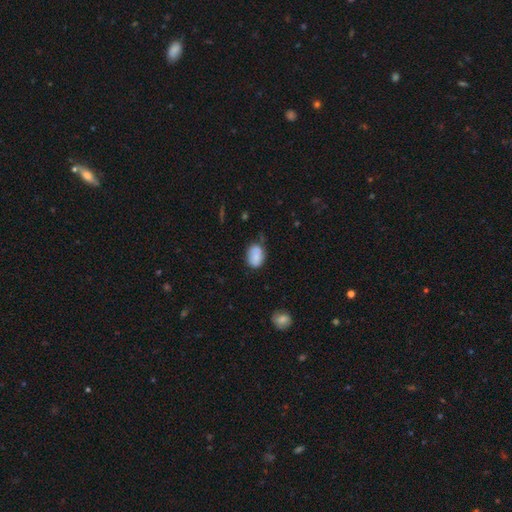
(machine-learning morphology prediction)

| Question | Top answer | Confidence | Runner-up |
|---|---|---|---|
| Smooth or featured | smooth | 79% | featured or disk (13%) |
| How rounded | in between | 74% | round (25%) |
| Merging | none | 59% | minor disturbance (27%) |